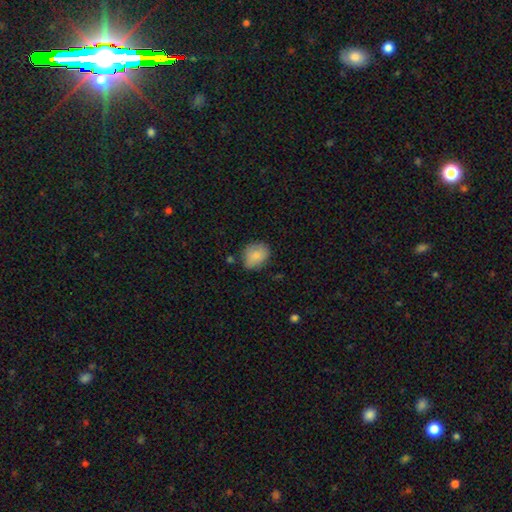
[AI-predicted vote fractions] Morphology: type=smooth (84%); roundness=in between (53%); merging=none (72%).